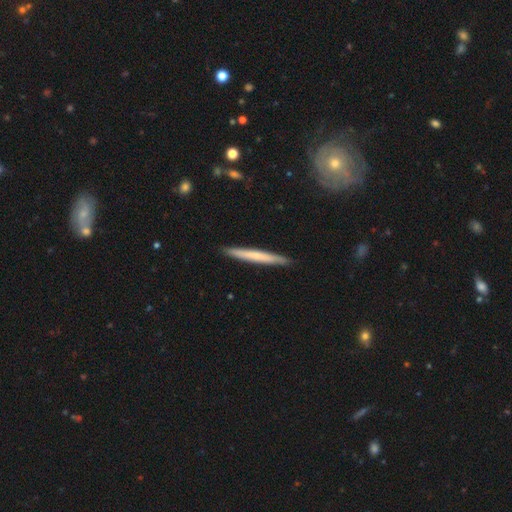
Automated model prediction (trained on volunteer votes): Overall: smooth (54%; featured or disk 40%). How rounded: cigar-shaped (97%). Merging: none (91%).